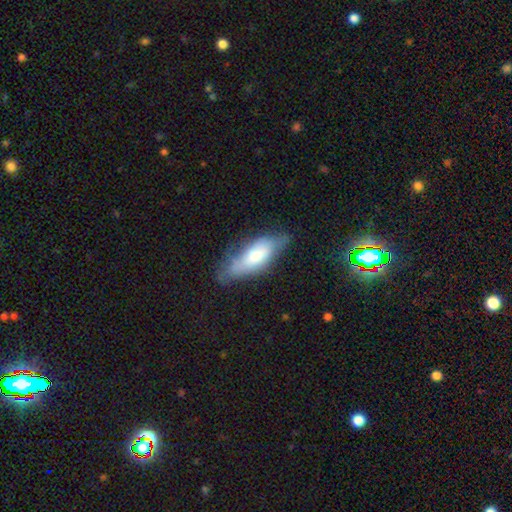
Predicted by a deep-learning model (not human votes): Smooth or featured? smooth (60%)
How rounded? in between (67%)
Merging? none (52%)